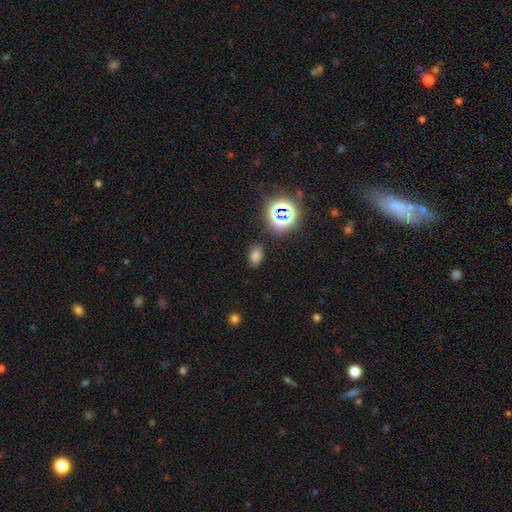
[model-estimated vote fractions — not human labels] This is likely a smooth galaxy (67%). How rounded: clearly in between (82%). Merging: clearly none (82%).